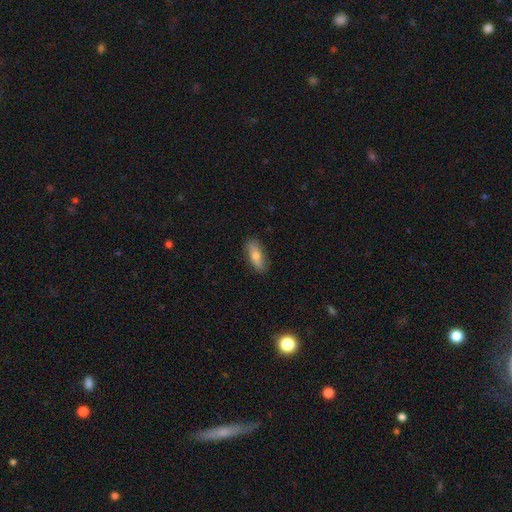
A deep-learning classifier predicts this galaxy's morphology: This appears to be a smooth galaxy with no disk features (67%) that is in between round and cigar-shaped (74%). Merging: none (84%).